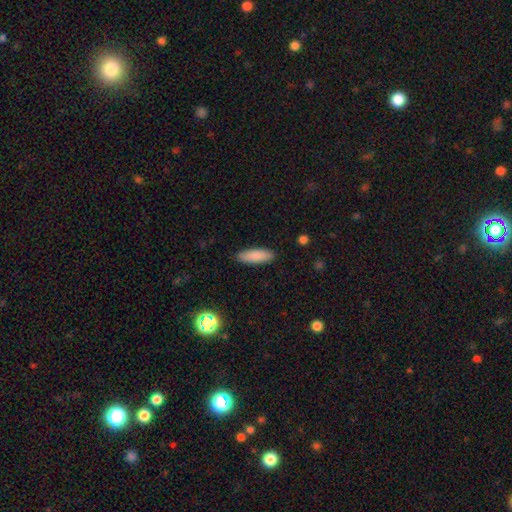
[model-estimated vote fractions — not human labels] This is clearly a smooth galaxy (87%). How rounded: possibly cigar-shaped (50%). Merging: clearly none (89%).